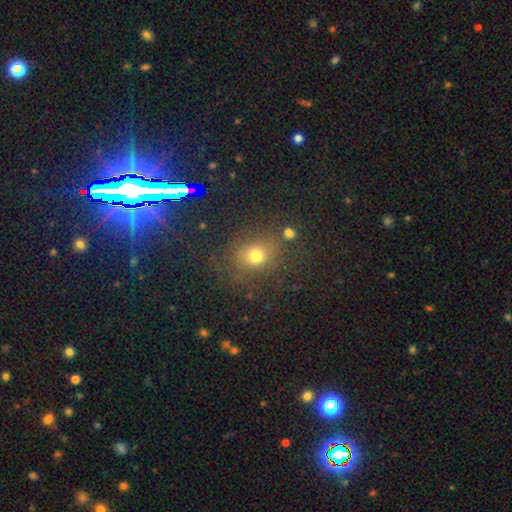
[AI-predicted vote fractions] smooth 65%, star or artifact 22%, featured or disk 13%. Down the decision tree: how rounded — round (65%); merging — none (75%).